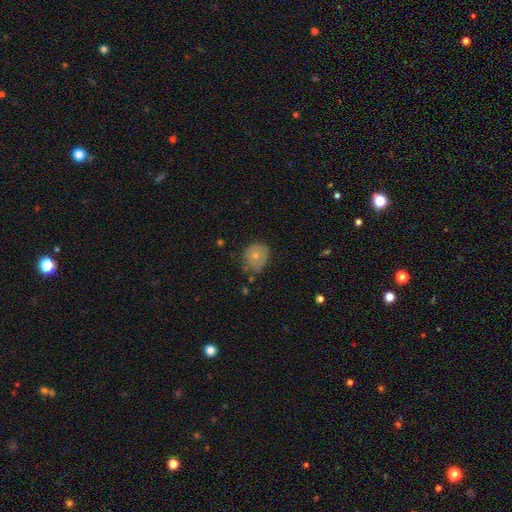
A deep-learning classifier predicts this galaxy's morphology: Smooth or featured?
  - smooth: 60% *
  - featured or disk: 32%
  - star or artifact: 7%
How rounded?
  - round: 70% *
  - in between: 29%
  - cigar-shaped: 1%
Merging?
  - none: 57% *
  - minor disturbance: 32%
  - major disturbance: 8%
  - merger: 3%